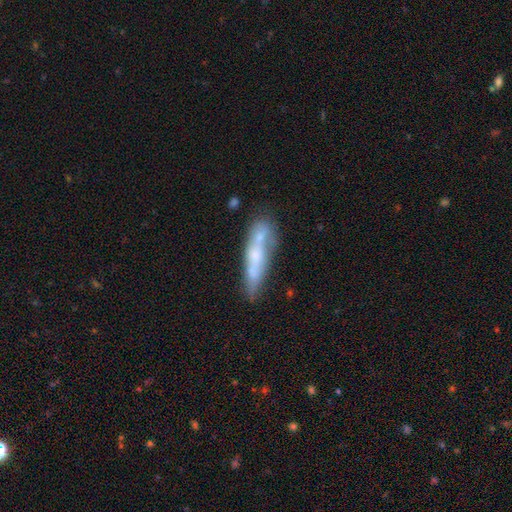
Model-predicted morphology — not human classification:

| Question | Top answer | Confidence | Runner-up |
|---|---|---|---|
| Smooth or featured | smooth | 47% | featured or disk (45%) |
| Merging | none | 49% | merger (21%) |